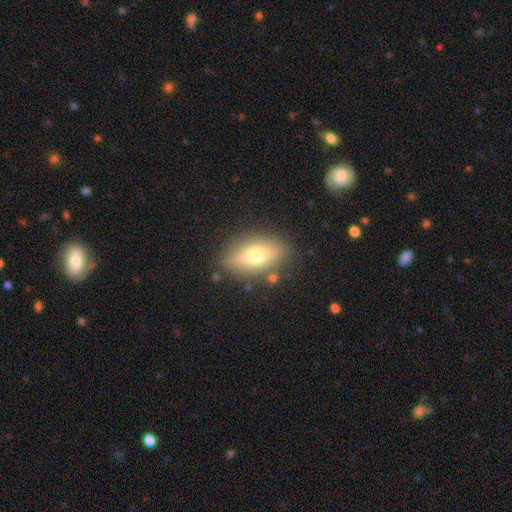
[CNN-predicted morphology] Smooth or featured?
  - smooth: 66% *
  - featured or disk: 26%
  - star or artifact: 9%
How rounded?
  - in between: 85% *
  - cigar-shaped: 9%
  - round: 6%
Merging?
  - none: 82% *
  - minor disturbance: 12%
  - major disturbance: 3%
  - merger: 3%